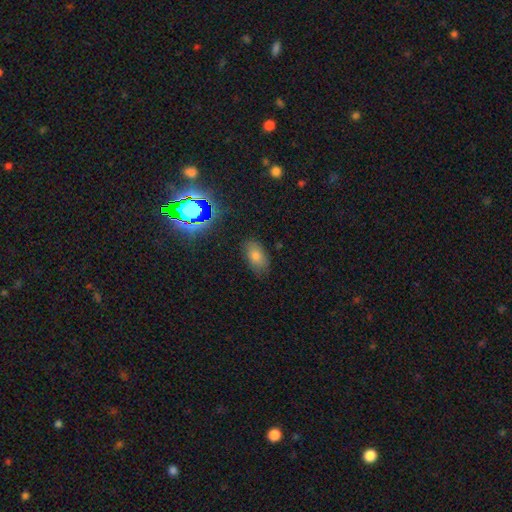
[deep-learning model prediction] Smooth or featured?
  - smooth: 69% *
  - star or artifact: 19%
  - featured or disk: 12%
How rounded?
  - in between: 90% *
  - round: 7%
  - cigar-shaped: 2%
Merging?
  - none: 82% *
  - minor disturbance: 13%
  - major disturbance: 3%
  - merger: 2%